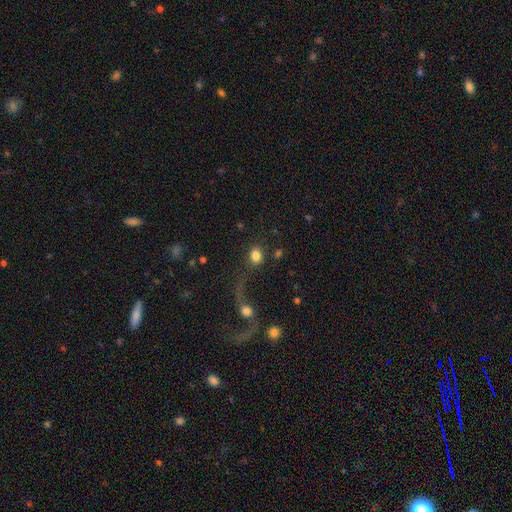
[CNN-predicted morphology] Q: Smooth or featured?
A: smooth (83%); runner-up: star or artifact (9%)
Q: How rounded?
A: round (61%); runner-up: in between (38%)
Q: Merging?
A: none (65%); runner-up: merger (14%)